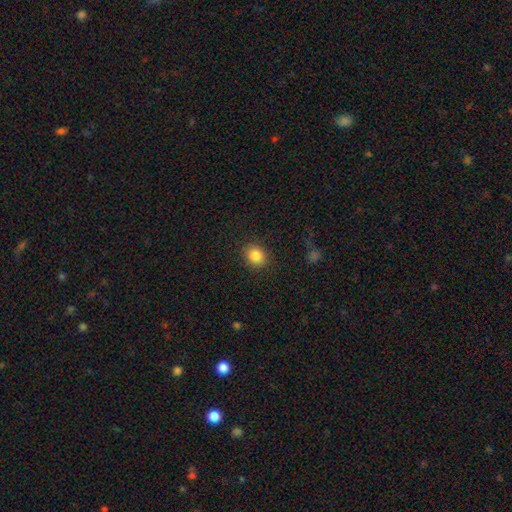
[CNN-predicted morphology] The model was most divided on "how rounded": round: 62%, in between: 37%, cigar-shaped: 1%. More confident: merging — none (88%); smooth or featured — smooth (85%).